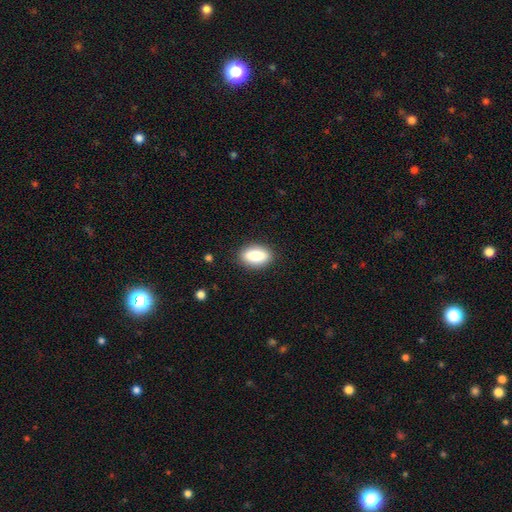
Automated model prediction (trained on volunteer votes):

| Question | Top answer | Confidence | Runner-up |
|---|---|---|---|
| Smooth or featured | smooth | 86% | star or artifact (7%) |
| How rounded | in between | 88% | cigar-shaped (7%) |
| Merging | none | 87% | minor disturbance (9%) |